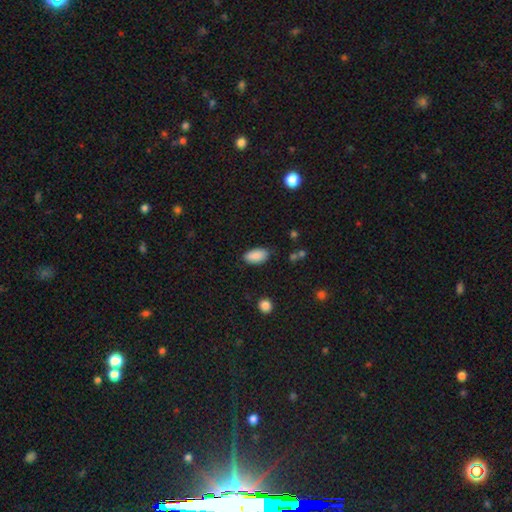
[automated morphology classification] type=smooth (89%); roundness=in between (94%); merging=none (83%).